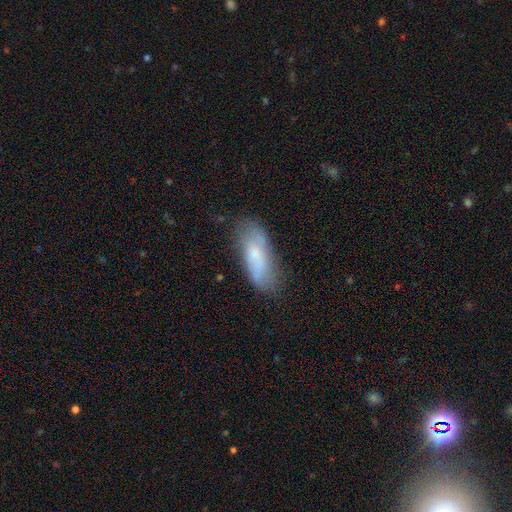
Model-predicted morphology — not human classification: type=smooth (66%); roundness=in between (68%); merging=none (66%).